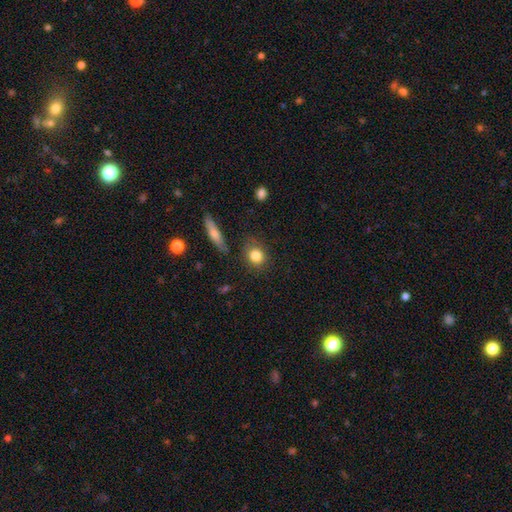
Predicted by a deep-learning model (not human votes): A smooth galaxy with no disk features (83%) that is round (74%). Merging: none (79%).